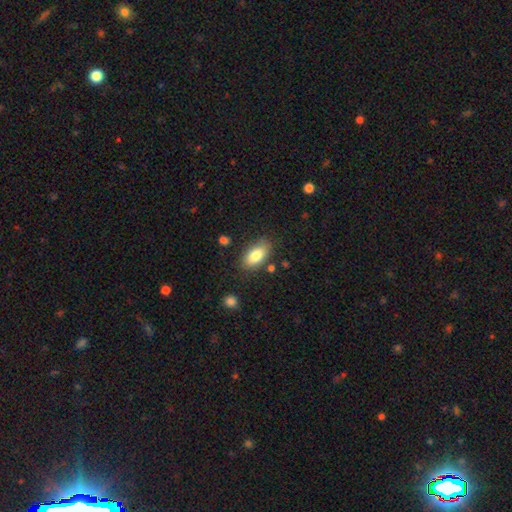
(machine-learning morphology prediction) smooth 81%, featured or disk 12%, star or artifact 7%. Down the decision tree: how rounded — in between (90%); merging — none (80%).